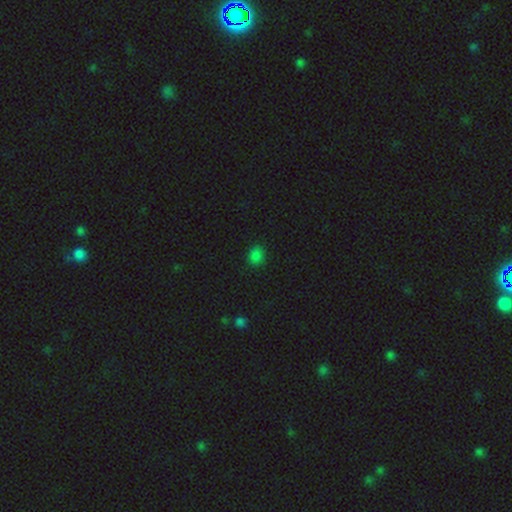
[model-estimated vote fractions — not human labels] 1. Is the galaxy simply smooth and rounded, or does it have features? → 81% smooth, 16% star or artifact, 3% featured or disk.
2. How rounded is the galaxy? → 66% round, 33% in between, 1% cigar-shaped.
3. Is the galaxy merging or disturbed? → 88% none, 9% minor disturbance, 2% major disturbance, 1% merger.